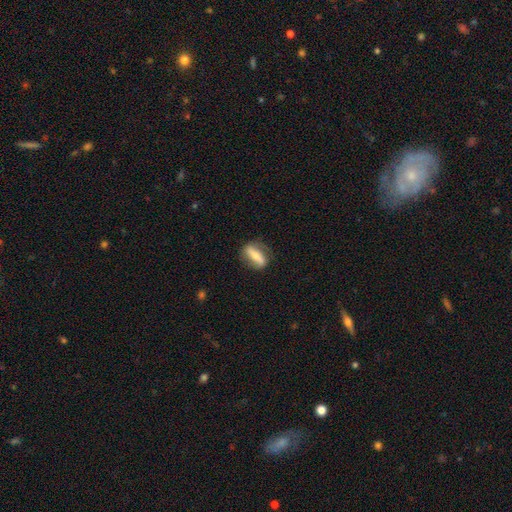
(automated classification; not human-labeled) Smooth or featured? smooth (49%)
Merging? none (70%)